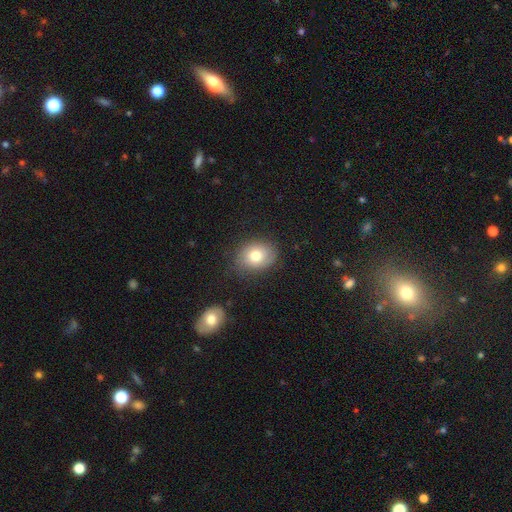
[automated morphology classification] A smooth galaxy with no disk features (72%) that is in between round and cigar-shaped (51%).

Vote fractions:
- Smooth or featured? smooth: 72% / featured or disk: 18% / star or artifact: 10%
- How rounded? in between: 51% / round: 48% / cigar-shaped: 1%
- Merging? none: 76% / minor disturbance: 17% / major disturbance: 5% / merger: 2%